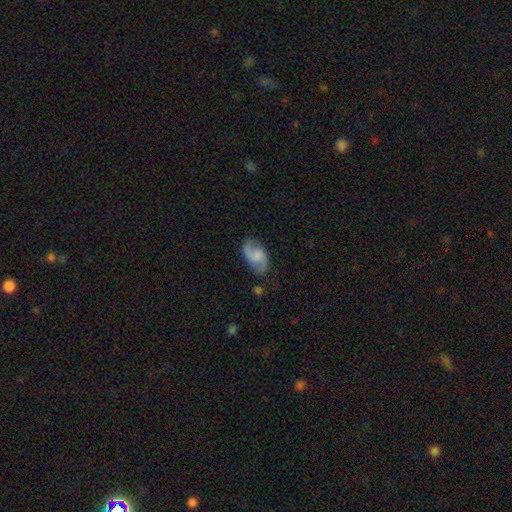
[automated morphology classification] The model was most divided on "bulge size": none: 36%, small: 33%, moderate: 24%, large: 5%, dominant: 1%. Remaining: edge-on disk — no (97%); spiral arms — yes (94%); spiral arm count — 2 (89%); merging — none (73%); smooth or featured — featured or disk (69%); bar — no (50%); spiral winding — loose (49%).